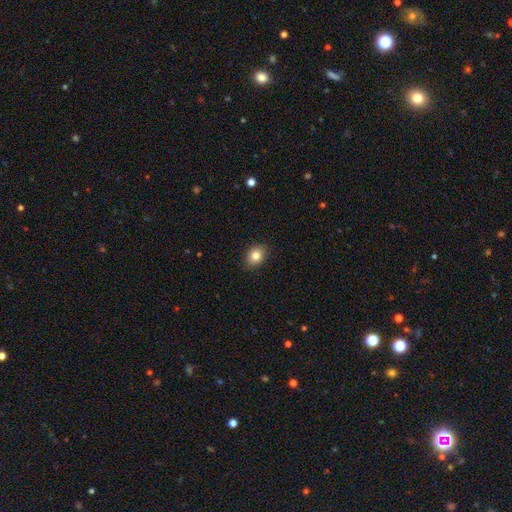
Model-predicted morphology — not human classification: Smooth or featured: smooth — 83% (star or artifact — 9%)
How rounded: in between — 58% (round — 41%)
Merging: none — 87% (minor disturbance — 10%)